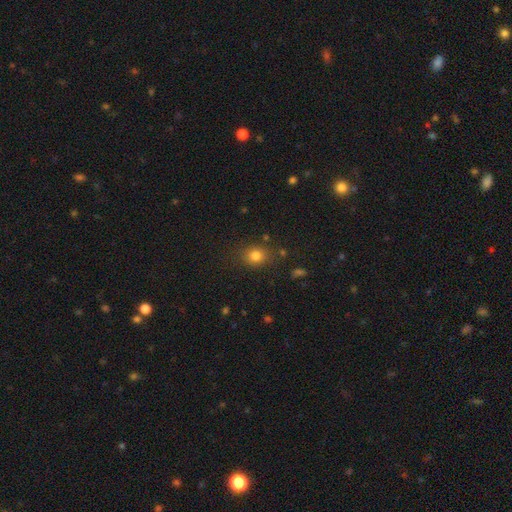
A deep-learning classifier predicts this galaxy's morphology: type=smooth (79%); roundness=round (67%); merging=none (81%).